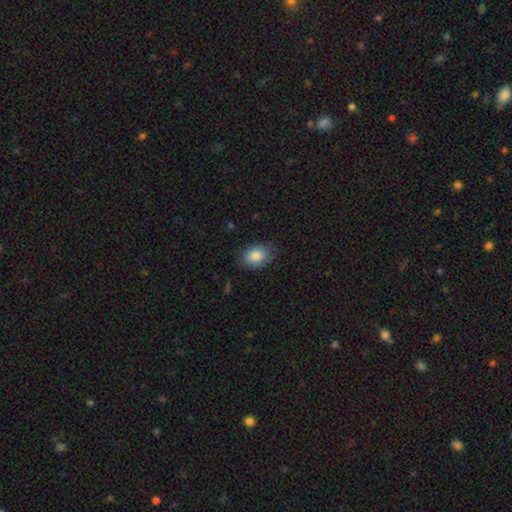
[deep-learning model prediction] A smooth galaxy with no disk features (83%) that is in between round and cigar-shaped (79%). Merging: none (77%).